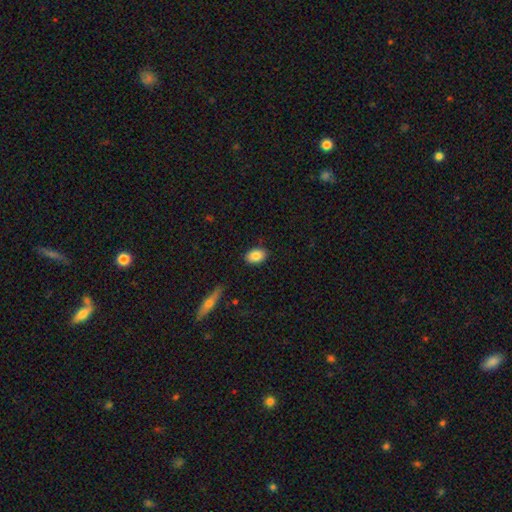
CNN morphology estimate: smooth-or-featured: smooth: 85% | star or artifact: 7% | featured or disk: 7%
  how-rounded: in between: 84% | round: 15% | cigar-shaped: 2%
  merging: none: 86% | minor disturbance: 10% | major disturbance: 2% | merger: 2%